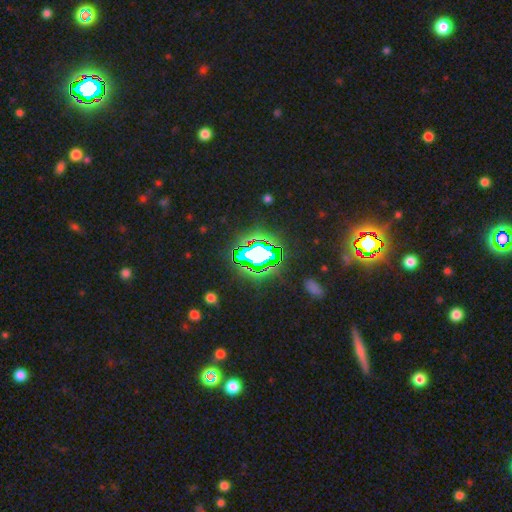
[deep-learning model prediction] Smooth or featured? star or artifact (70%)